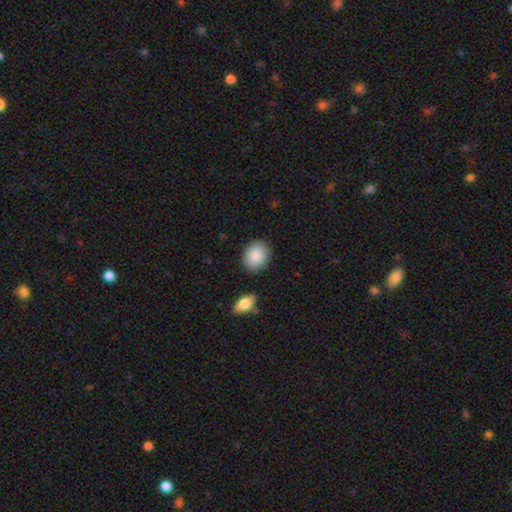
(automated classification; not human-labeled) Morphology: type=smooth (88%); roundness=in between (58%); merging=none (86%).